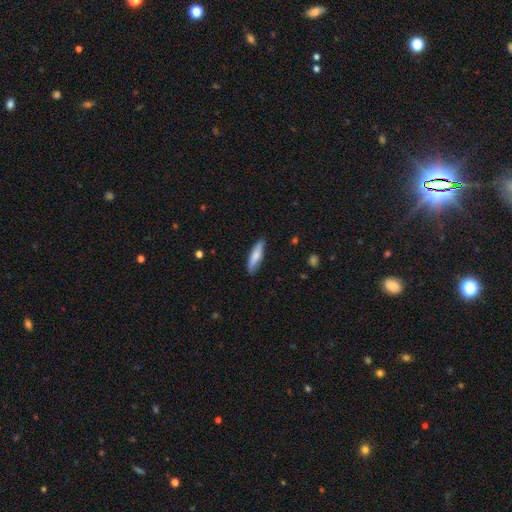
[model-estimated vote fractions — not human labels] This appears to be a smooth galaxy with no disk features (75%) that is cigar-shaped (66%). Merging: none (84%).